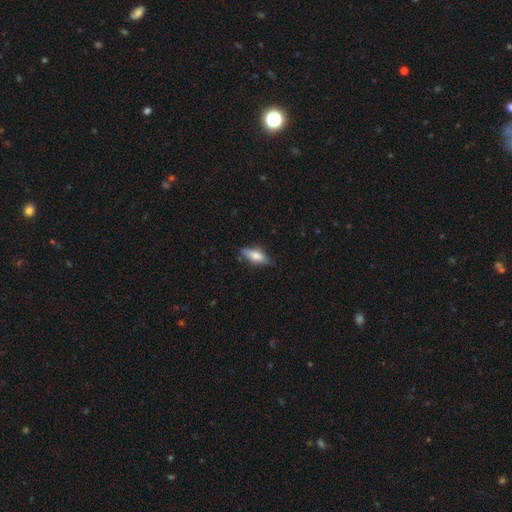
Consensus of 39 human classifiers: Morphology: type=smooth (51%); roundness=in between (65%); merging=none (79%).